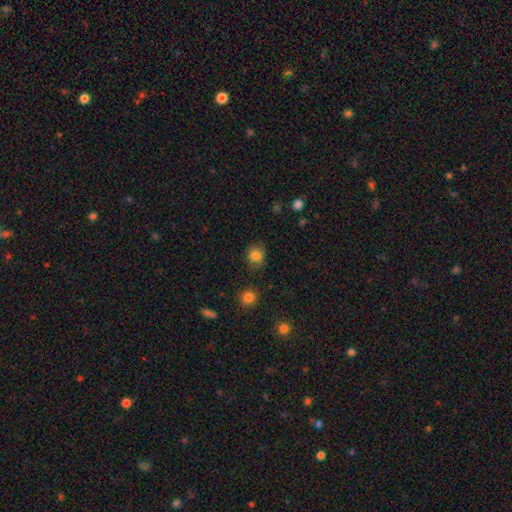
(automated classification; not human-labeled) smooth 81%, star or artifact 11%, featured or disk 8%. Down the decision tree: how rounded — round (71%); merging — none (80%).